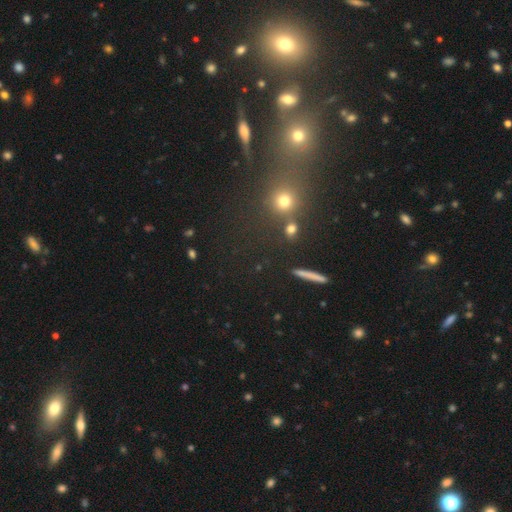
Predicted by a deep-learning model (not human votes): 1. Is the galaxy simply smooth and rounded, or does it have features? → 54% star or artifact, 36% smooth, 10% featured or disk.